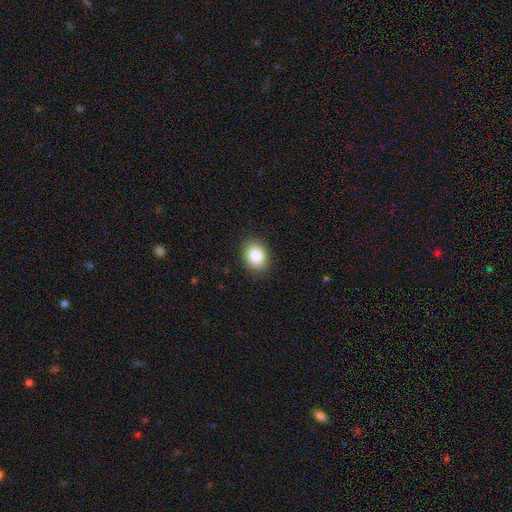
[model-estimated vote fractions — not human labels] smooth 86%, star or artifact 9%, featured or disk 6%. Down the decision tree: how rounded — in between (60%); merging — none (88%).